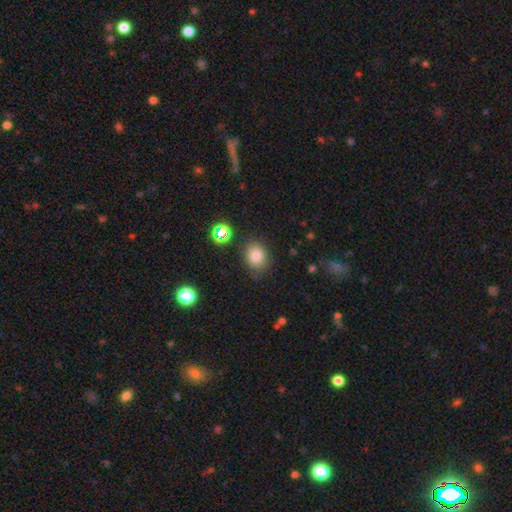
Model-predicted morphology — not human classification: type=smooth (81%); roundness=round (54%); merging=none (82%).